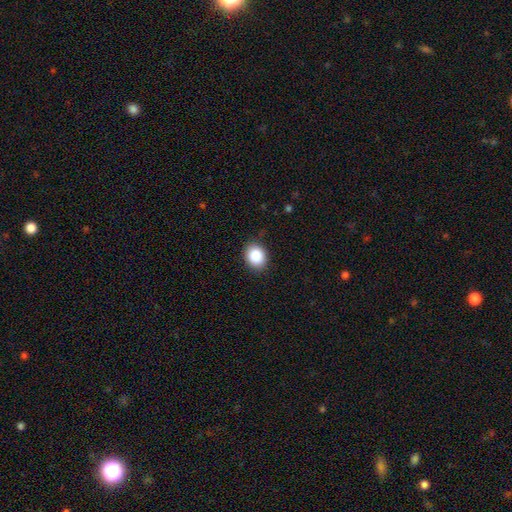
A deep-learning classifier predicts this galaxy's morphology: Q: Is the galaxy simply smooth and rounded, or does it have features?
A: smooth — 88%.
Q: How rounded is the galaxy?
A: round — 55%.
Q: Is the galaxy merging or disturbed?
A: none — 86%.